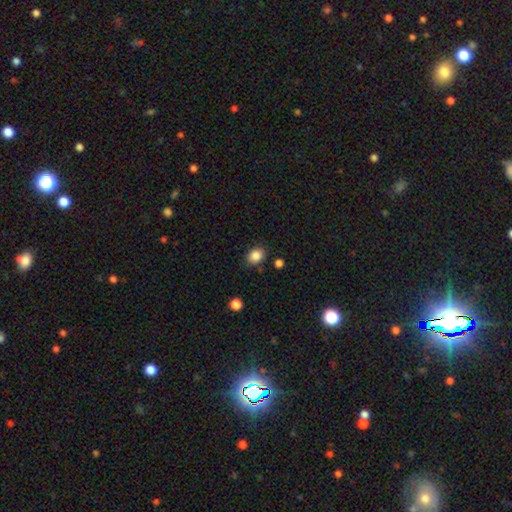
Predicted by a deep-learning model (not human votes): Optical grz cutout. It shows a smooth galaxy with no disk features (86%) that is in between round and cigar-shaped (50%). Merging: none (81%).